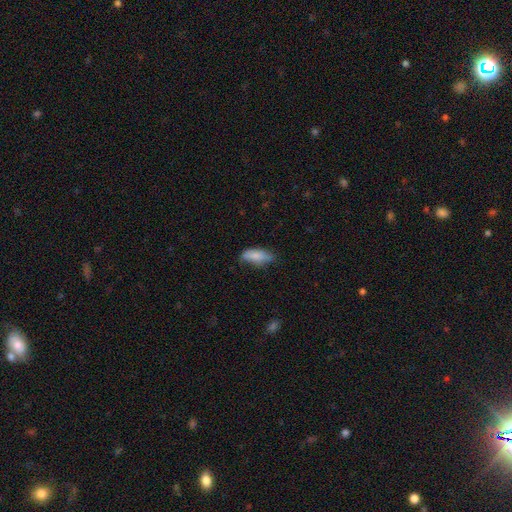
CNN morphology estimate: Smooth or featured: smooth — 83% (featured or disk — 11%)
How rounded: in between — 74% (cigar-shaped — 24%)
Merging: none — 58% (minor disturbance — 33%)